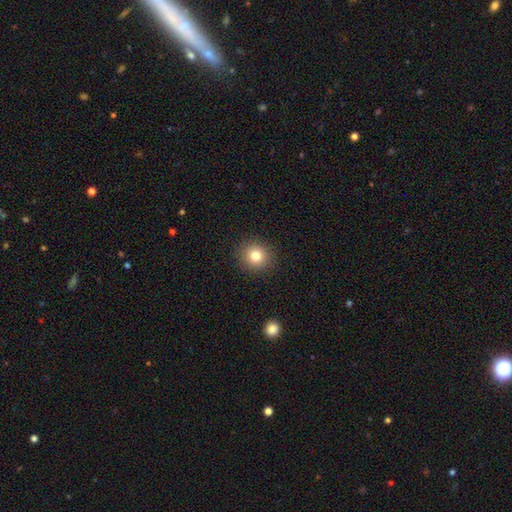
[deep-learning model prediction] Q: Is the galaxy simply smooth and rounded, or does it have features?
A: smooth — 81%.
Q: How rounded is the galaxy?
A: round — 91%.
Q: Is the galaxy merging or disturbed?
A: none — 91%.